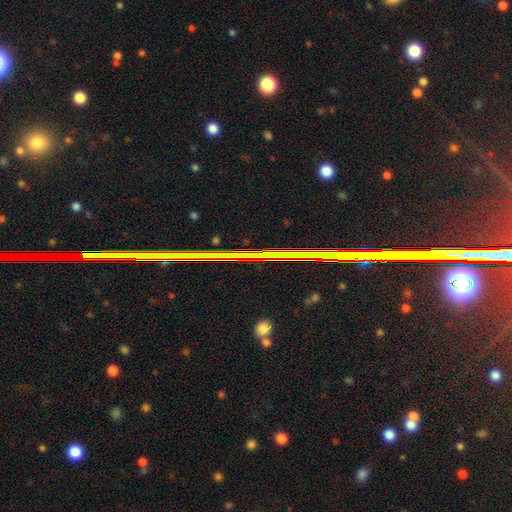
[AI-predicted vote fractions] Smooth or featured: star or artifact — 79% (featured or disk — 12%)